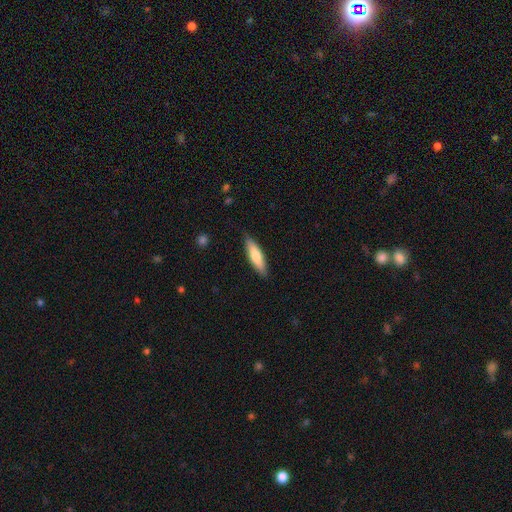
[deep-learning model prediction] A smooth galaxy with no disk features (69%) that is cigar-shaped (68%). Merging: none (86%).